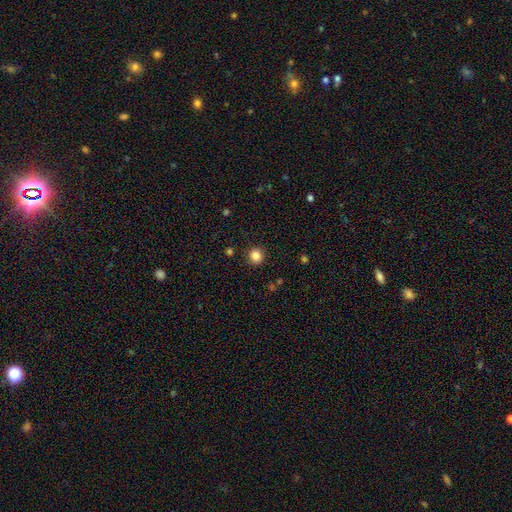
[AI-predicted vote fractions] smooth_or_featured: smooth (p=0.85) [alt: star or artifact p=0.11]
how_rounded: round (p=0.91) [alt: in between p=0.08]
merging: none (p=0.89) [alt: minor disturbance p=0.07]